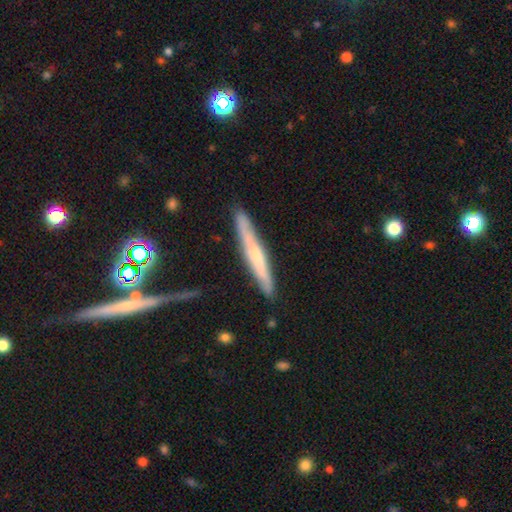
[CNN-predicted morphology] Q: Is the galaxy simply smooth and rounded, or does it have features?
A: featured or disk — 47%, tied with smooth.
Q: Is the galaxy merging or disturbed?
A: none — 82%.